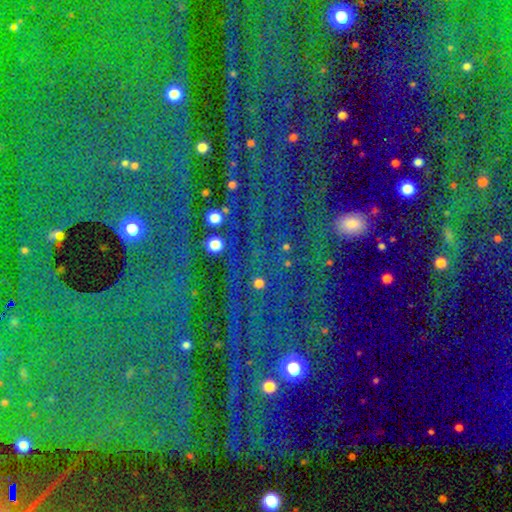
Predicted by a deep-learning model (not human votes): Smooth or featured: star or artifact — 87% (featured or disk — 7%)